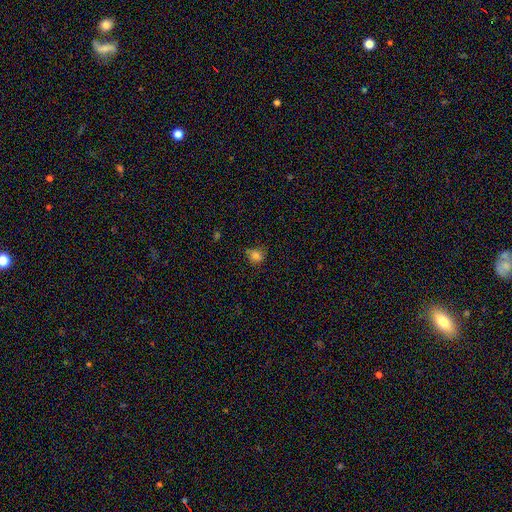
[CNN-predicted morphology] smooth-or-featured: smooth: 79% | star or artifact: 14% | featured or disk: 6%
  how-rounded: round: 67% | in between: 31% | cigar-shaped: 1%
  merging: none: 71% | minor disturbance: 20% | major disturbance: 5% | merger: 3%